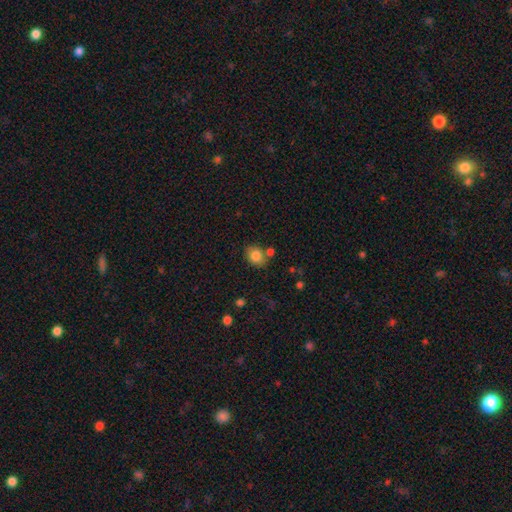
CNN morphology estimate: Smooth or featured?
  - smooth: 83% *
  - star or artifact: 9%
  - featured or disk: 8%
How rounded?
  - in between: 50% *
  - round: 49%
  - cigar-shaped: 1%
Merging?
  - none: 69% *
  - merger: 14%
  - minor disturbance: 13%
  - major disturbance: 4%